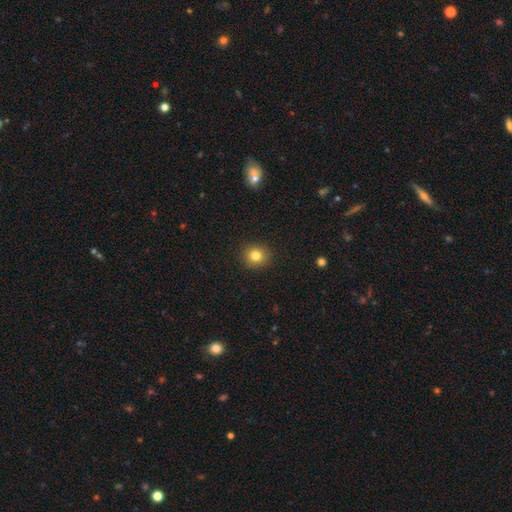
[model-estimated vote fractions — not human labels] This appears to be a smooth galaxy with no disk features (81%) that is round (85%). Merging: none (91%).